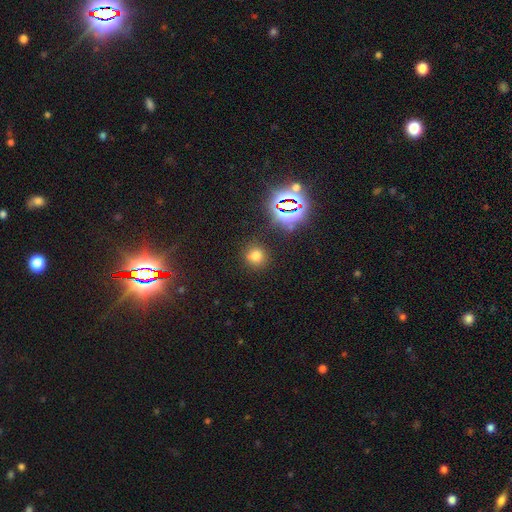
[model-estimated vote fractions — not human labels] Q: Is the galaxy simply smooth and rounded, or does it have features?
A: smooth — 68%.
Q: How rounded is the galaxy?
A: round — 89%.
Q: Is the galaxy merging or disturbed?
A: none — 83%.